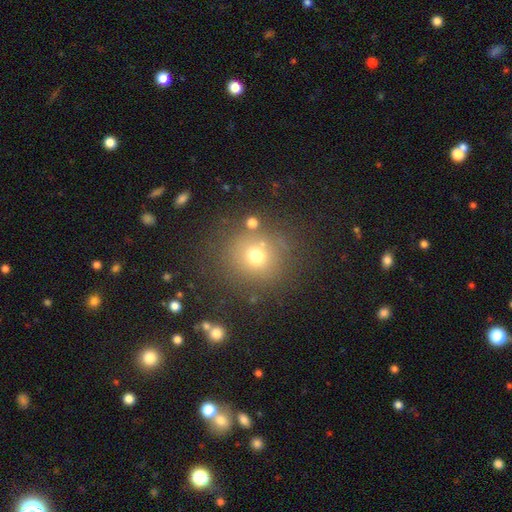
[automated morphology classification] This is likely a smooth galaxy (69%). How rounded: clearly round (87%). Merging: likely none (77%).